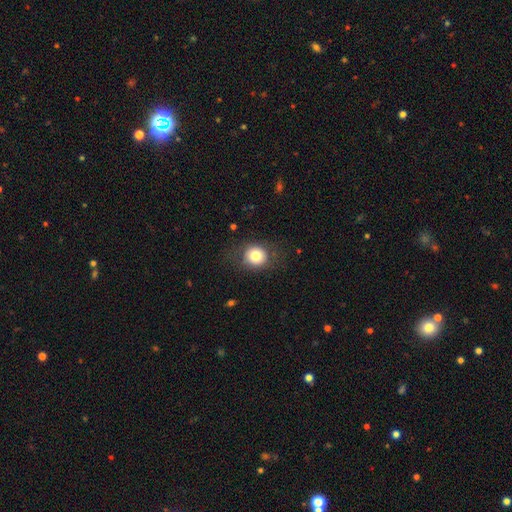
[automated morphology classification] The model was most divided on "merging": none: 76%, minor disturbance: 15%, major disturbance: 8%, merger: 1%. More confident: how rounded — round (80%); smooth or featured — smooth (77%).